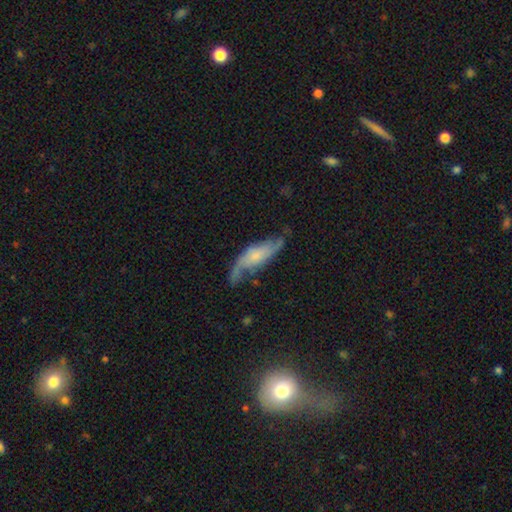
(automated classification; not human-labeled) A featured or disk galaxy (69%) with no bar (66%), spiral arms (89%) and a small central bulge (53%). Merging: none (57%).